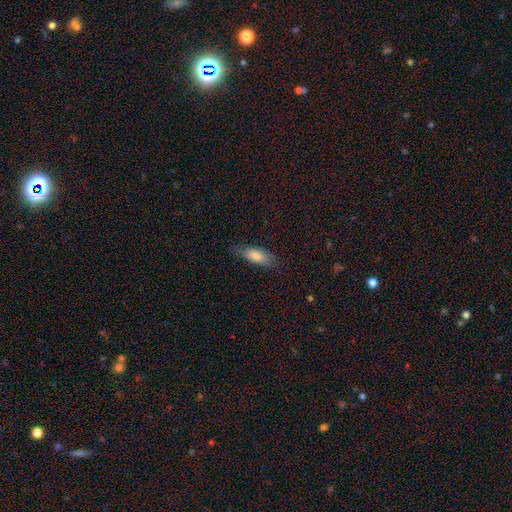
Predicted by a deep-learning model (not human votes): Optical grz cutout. It shows a smooth galaxy with no disk features (76%) that is in between round and cigar-shaped (68%). Merging: none (75%).